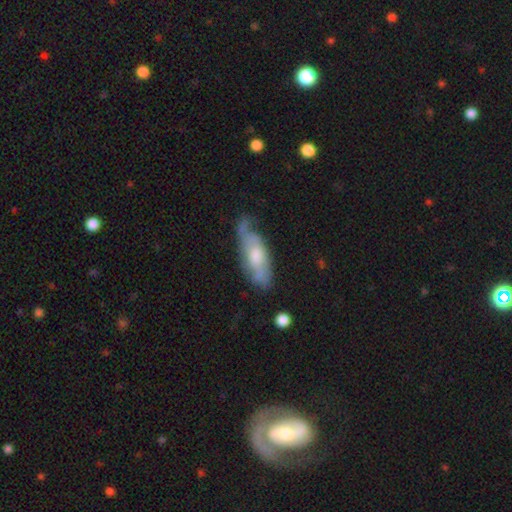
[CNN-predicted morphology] featured or disk 54%, smooth 39%, star or artifact 6%. Down the decision tree: edge-on disk — no (74%); merging — none (49%).